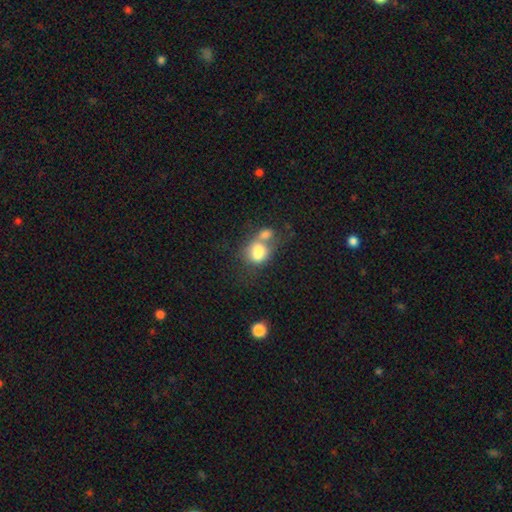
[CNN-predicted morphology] smooth-or-featured: smooth: 72% | featured or disk: 17% | star or artifact: 11%
  how-rounded: in between: 55% | round: 43% | cigar-shaped: 1%
  merging: merger: 53% | none: 27% | minor disturbance: 12% | major disturbance: 8%